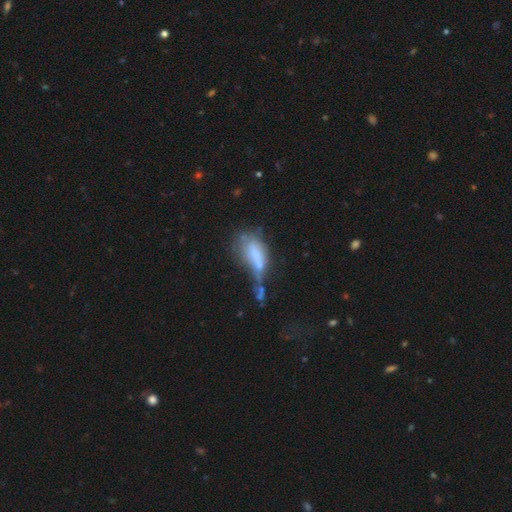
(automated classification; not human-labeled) A smooth galaxy with no disk features (56%) that is in between round and cigar-shaped (79%). Merging: major disturbance (37%).